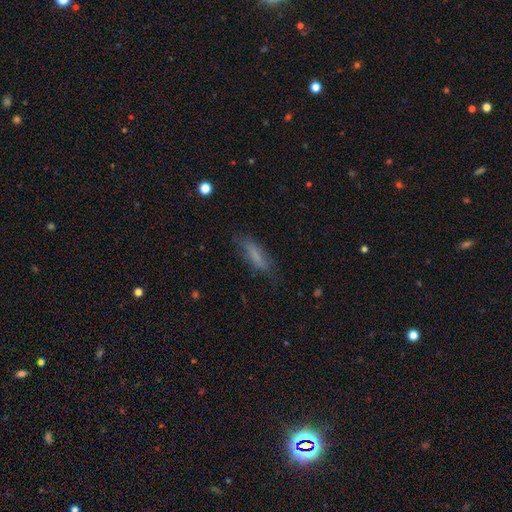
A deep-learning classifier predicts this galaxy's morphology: Smooth or featured? Predicted: smooth (p=0.70). How rounded? Predicted: cigar-shaped (p=0.64). Merging? Predicted: none (p=0.72).